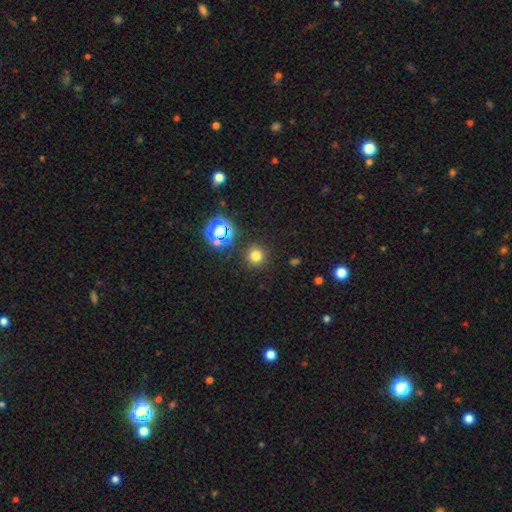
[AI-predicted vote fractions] This is likely a smooth galaxy (72%). How rounded: clearly round (94%). Merging: clearly none (89%).